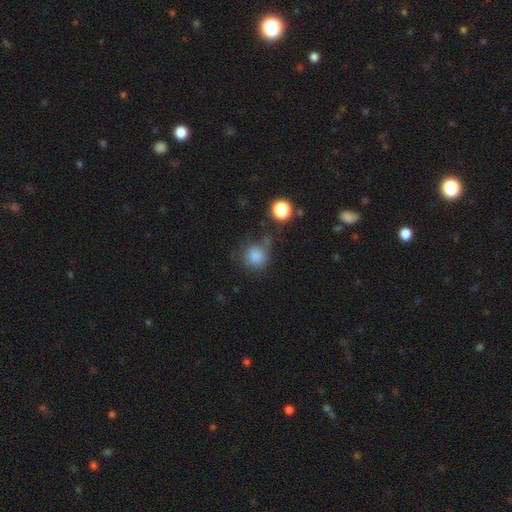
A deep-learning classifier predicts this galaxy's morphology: smooth-or-featured: smooth: 82% | star or artifact: 11% | featured or disk: 7%
  how-rounded: round: 87% | in between: 12% | cigar-shaped: 1%
  merging: none: 56% | minor disturbance: 22% | major disturbance: 12% | merger: 10%